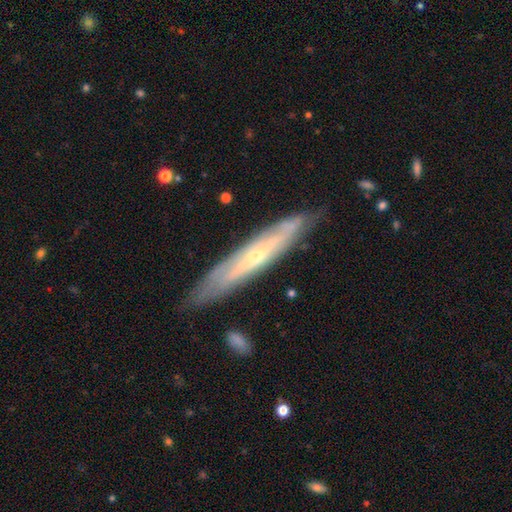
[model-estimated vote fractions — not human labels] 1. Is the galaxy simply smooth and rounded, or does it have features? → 73% featured or disk, 21% smooth, 6% star or artifact.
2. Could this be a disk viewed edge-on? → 65% yes, 35% no.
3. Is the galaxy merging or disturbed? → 81% none, 14% minor disturbance, 3% major disturbance, 2% merger.